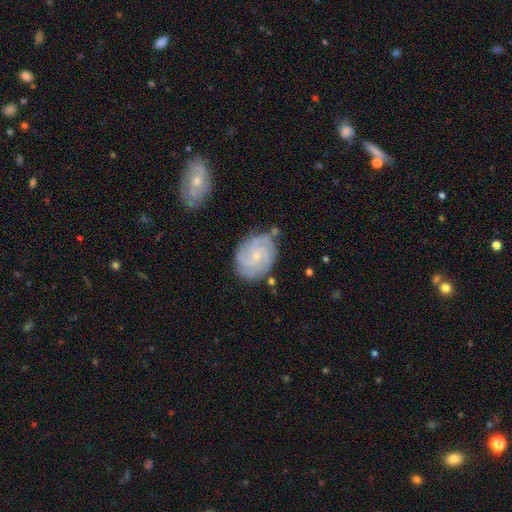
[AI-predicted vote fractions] A featured or disk galaxy (77%) with no bar (71%), 3 (29%) tight (63%) spiral arms (94%) and a small central bulge (79%). Merging: none (72%).